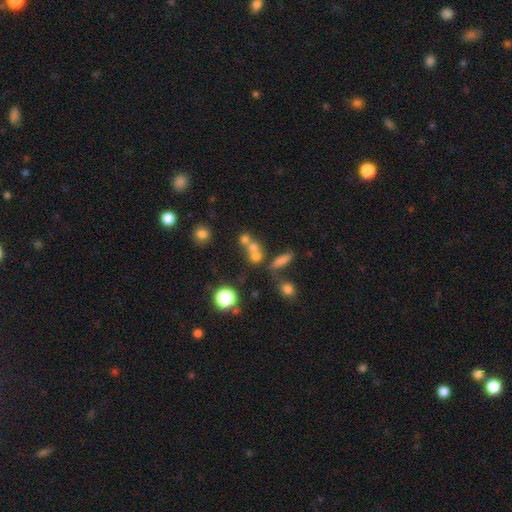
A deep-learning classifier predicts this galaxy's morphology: Smooth or featured? smooth (59%)
How rounded? round (67%)
Merging? merger (54%)